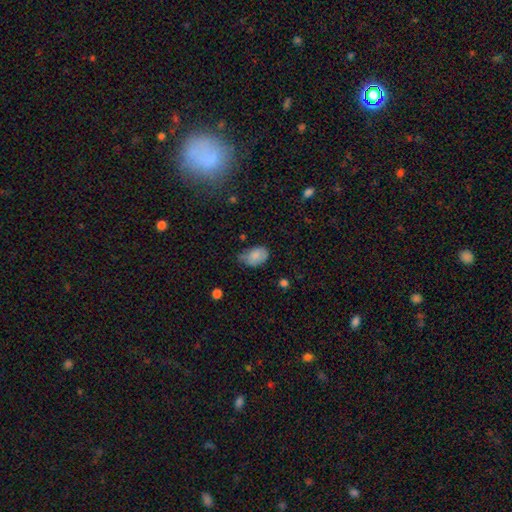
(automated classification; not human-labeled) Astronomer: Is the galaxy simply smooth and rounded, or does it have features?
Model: smooth — 81%.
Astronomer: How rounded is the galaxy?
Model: in between — 84%.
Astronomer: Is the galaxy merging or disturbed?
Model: minor disturbance — 43%, tied with none at 43%.